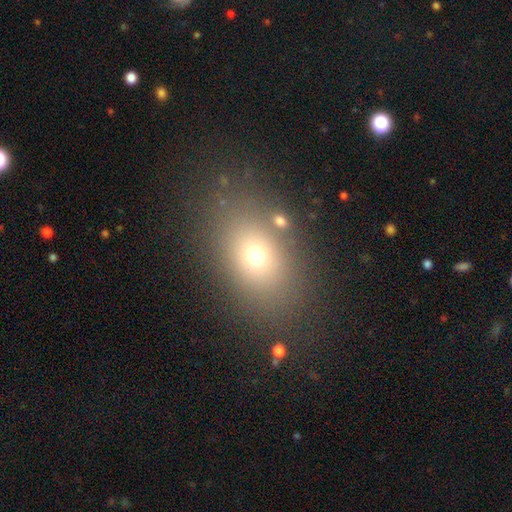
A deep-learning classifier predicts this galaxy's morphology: Smooth or featured?
  - smooth: 67% *
  - star or artifact: 18%
  - featured or disk: 14%
How rounded?
  - in between: 70% *
  - round: 28%
  - cigar-shaped: 2%
Merging?
  - none: 81% *
  - minor disturbance: 10%
  - major disturbance: 5%
  - merger: 4%